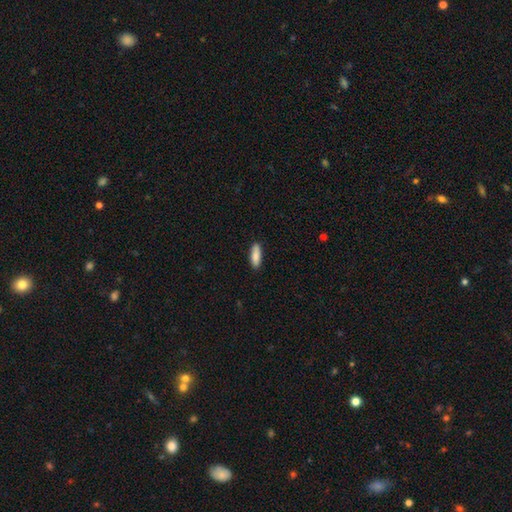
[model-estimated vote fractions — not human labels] A smooth galaxy with no disk features (86%) that is in between round and cigar-shaped (56%). Merging: none (89%).